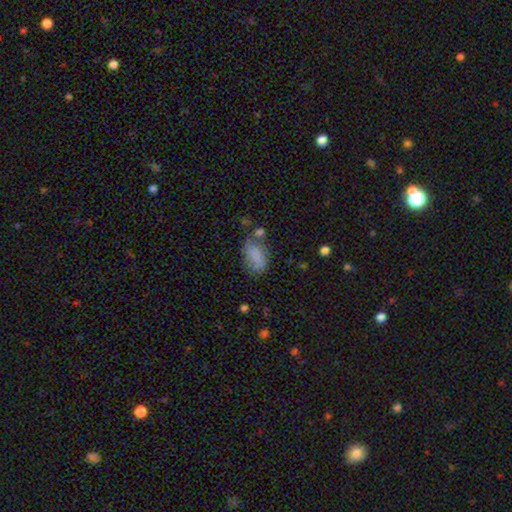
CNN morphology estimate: Smooth or featured? smooth (75%)
How rounded? in between (88%)
Merging? none (50%)